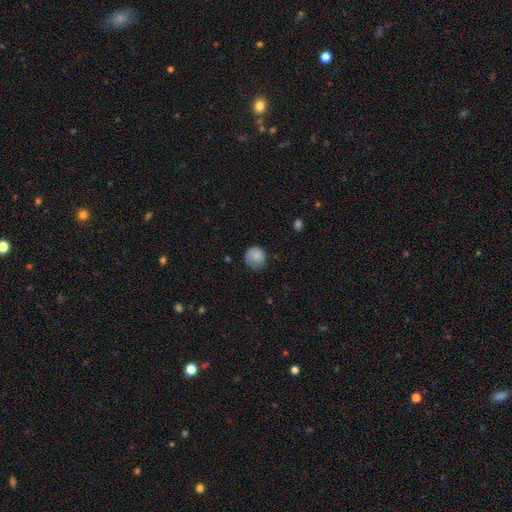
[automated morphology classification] type=smooth (83%); roundness=round (89%); merging=none (69%).